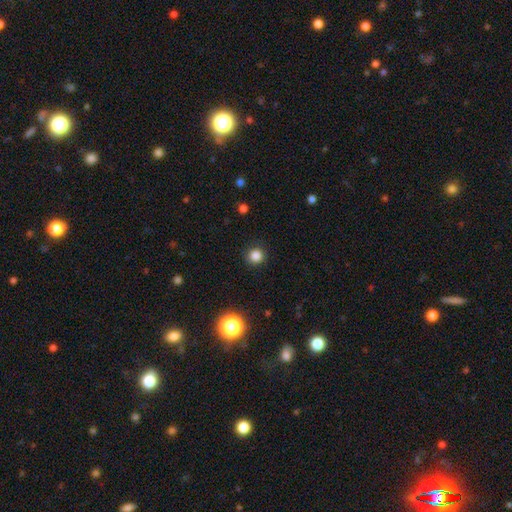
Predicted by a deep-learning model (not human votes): Q: Smooth or featured?
A: smooth (84%); runner-up: star or artifact (13%)
Q: How rounded?
A: round (93%); runner-up: in between (6%)
Q: Merging?
A: none (90%); runner-up: minor disturbance (6%)